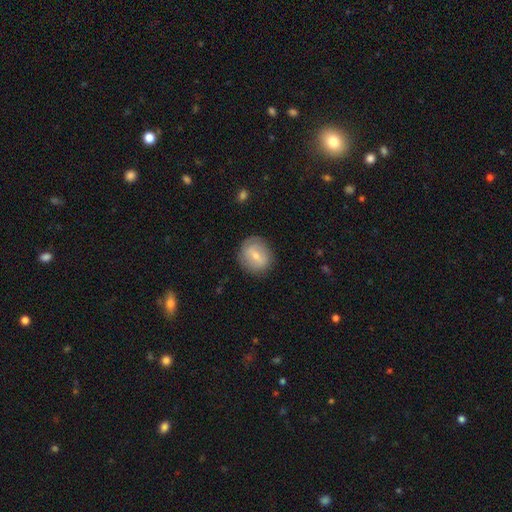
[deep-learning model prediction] smooth_or_featured: smooth (p=0.59) [alt: featured or disk p=0.34]
how_rounded: round (p=0.72) [alt: in between p=0.26]
merging: none (p=0.81) [alt: minor disturbance p=0.13]